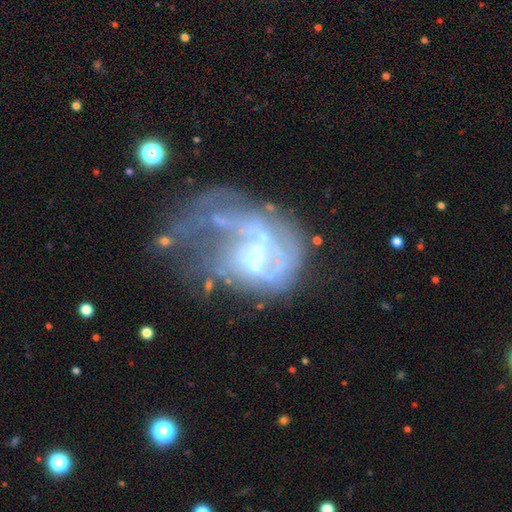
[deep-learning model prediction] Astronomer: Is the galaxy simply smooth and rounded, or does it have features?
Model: featured or disk — 74%.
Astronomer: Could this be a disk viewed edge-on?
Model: no — 98%.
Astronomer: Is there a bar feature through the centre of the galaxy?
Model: no — 62%.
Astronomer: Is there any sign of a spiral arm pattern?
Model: yes — 55% (runner-up: no, 45%).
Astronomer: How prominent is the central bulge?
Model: moderate — 44% (runner-up: small, 27%).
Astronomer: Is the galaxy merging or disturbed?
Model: major disturbance — 54%.